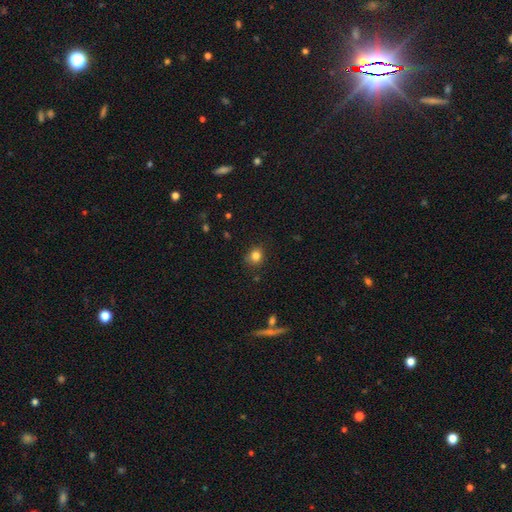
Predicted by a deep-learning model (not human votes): Morphology: type=smooth (82%); roundness=round (79%); merging=none (82%).